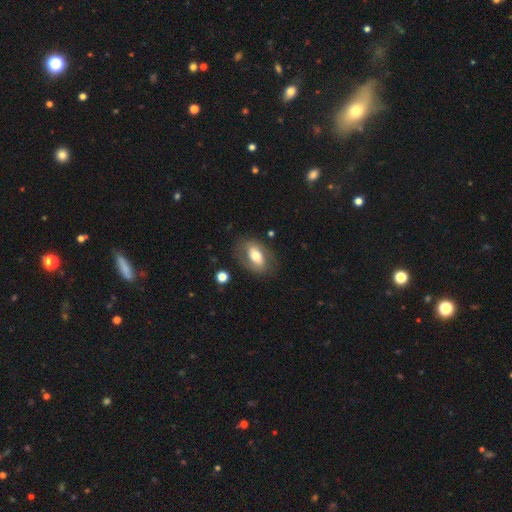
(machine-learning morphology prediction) This appears to be a smooth galaxy with no disk features (51%) that is in between round and cigar-shaped (85%). Merging: none (73%).